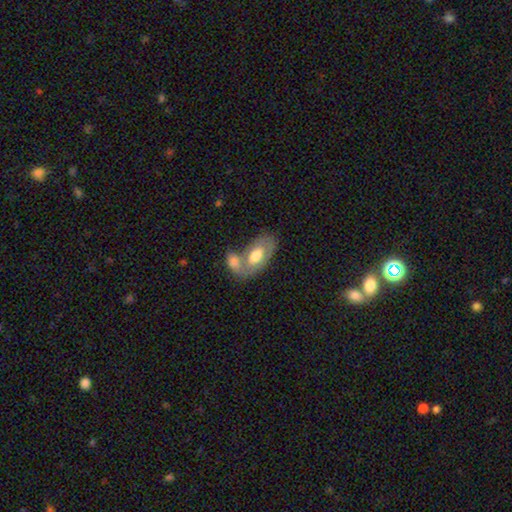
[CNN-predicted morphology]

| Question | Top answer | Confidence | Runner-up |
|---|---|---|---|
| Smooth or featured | smooth | 60% | featured or disk (35%) |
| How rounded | in between | 93% | round (5%) |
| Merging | merger | 48% | none (32%) |